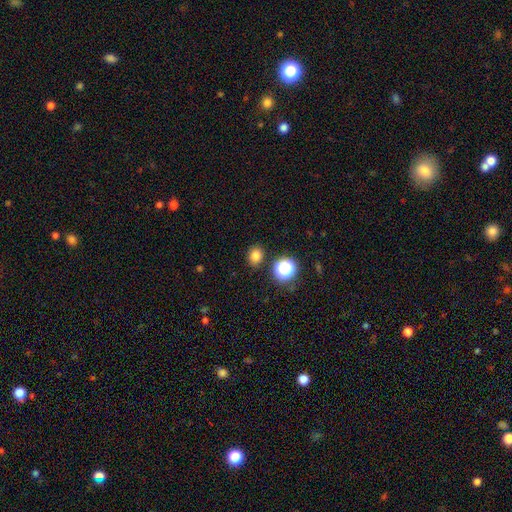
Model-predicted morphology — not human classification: A smooth galaxy with no disk features (79%) that is round (59%). Merging: none (85%).